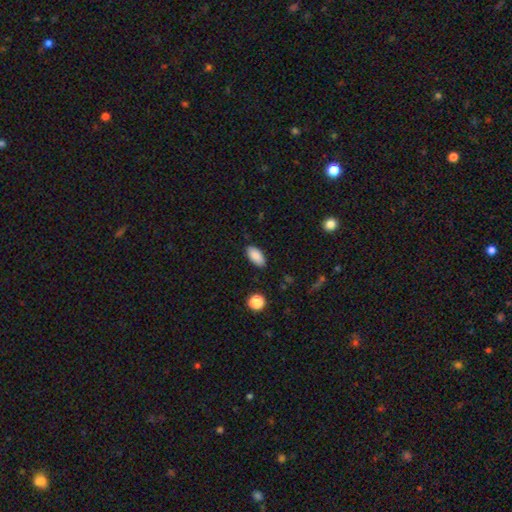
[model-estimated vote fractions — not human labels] Smooth or featured? Predicted: smooth (p=0.88). How rounded? Predicted: in between (p=0.92). Merging? Predicted: none (p=0.86).